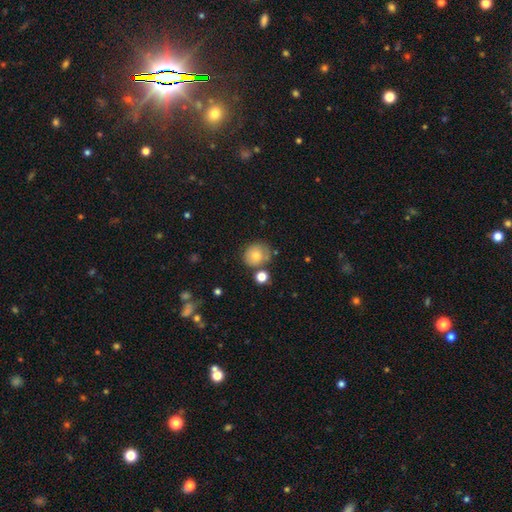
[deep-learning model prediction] A smooth galaxy with no disk features (77%) that is round (77%).

Vote fractions:
- Smooth or featured? smooth: 77% / featured or disk: 14% / star or artifact: 9%
- How rounded? round: 77% / in between: 22% / cigar-shaped: 1%
- Merging? none: 64% / minor disturbance: 19% / merger: 11% / major disturbance: 6%